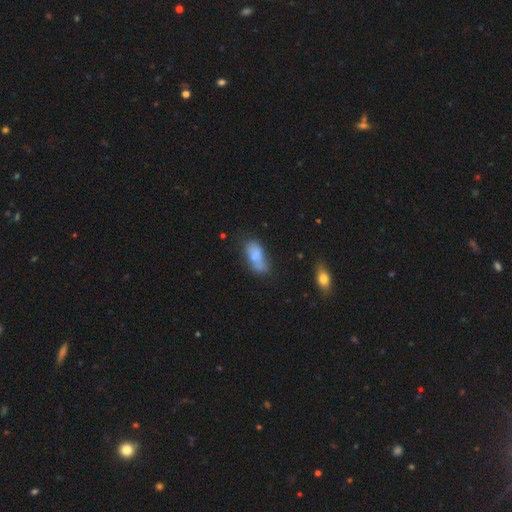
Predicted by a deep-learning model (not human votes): smooth 73%, featured or disk 18%, star or artifact 9%. Down the decision tree: how rounded — in between (84%); merging — none (38%).